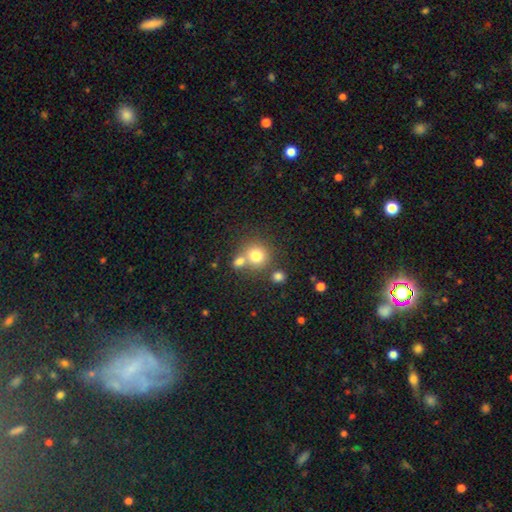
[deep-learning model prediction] Overall: smooth (76%). How rounded: round (86%). Merging: none (56%; merger 32%).